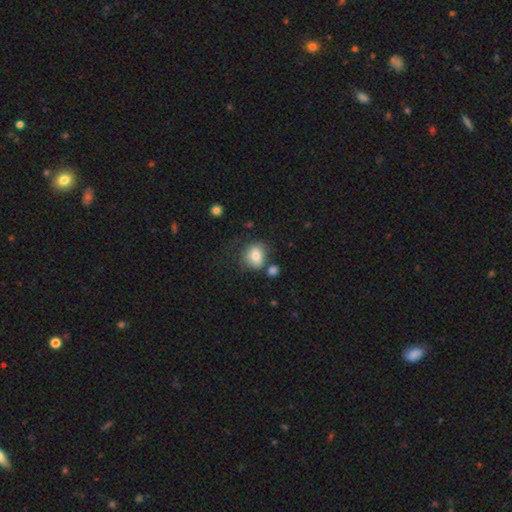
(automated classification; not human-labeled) A smooth galaxy with no disk features (77%) that is round (59%). Merging: none (58%).